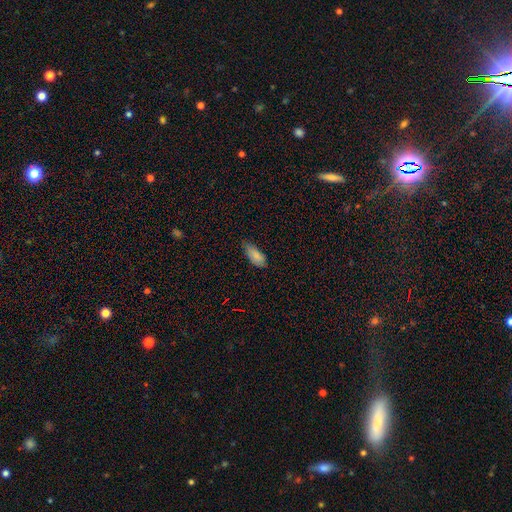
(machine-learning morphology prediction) Q: Smooth or featured?
A: smooth (84%); runner-up: featured or disk (9%)
Q: How rounded?
A: in between (85%); runner-up: cigar-shaped (13%)
Q: Merging?
A: none (58%); runner-up: minor disturbance (36%)